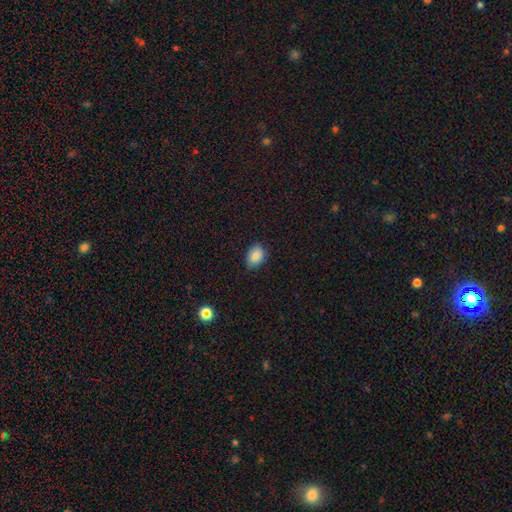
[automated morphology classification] A smooth galaxy with no disk features (87%) that is in between round and cigar-shaped (78%). Merging: none (77%).